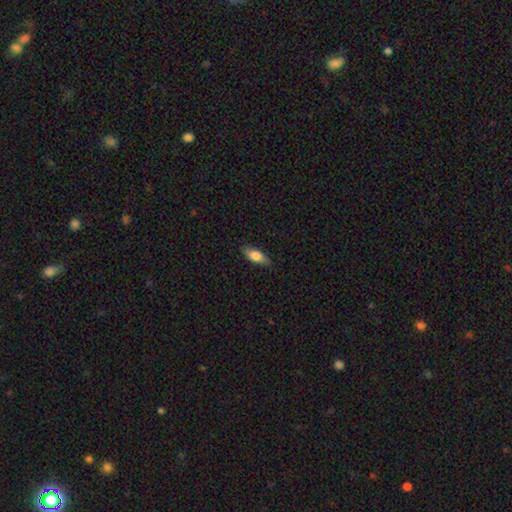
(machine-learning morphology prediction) The model was most divided on "how rounded": in between: 72%, cigar-shaped: 25%, round: 3%. More confident: merging — none (82%); smooth or featured — smooth (75%).